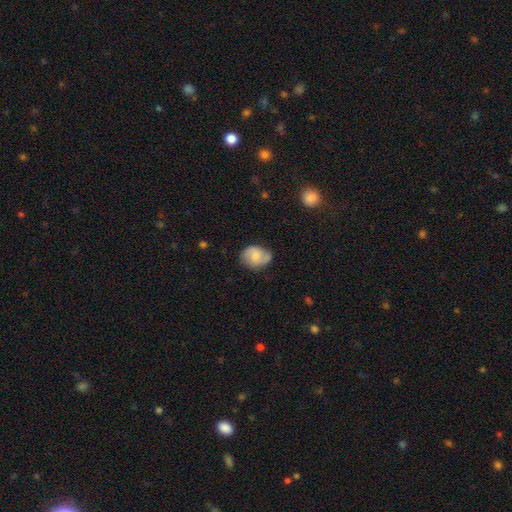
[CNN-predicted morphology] smooth 56%, featured or disk 36%, star or artifact 8%. Down the decision tree: how rounded — in between (50%); merging — none (61%).